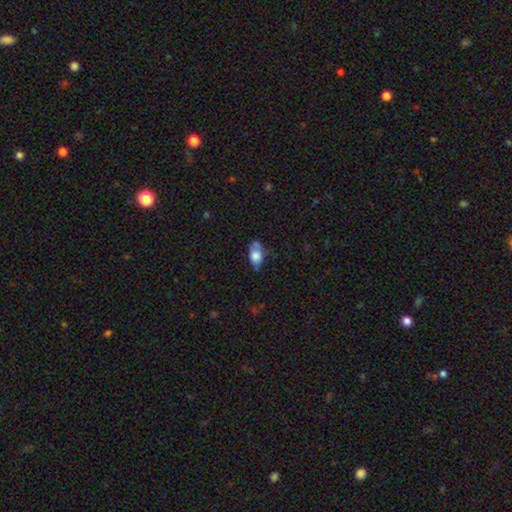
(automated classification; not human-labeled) A smooth galaxy with no disk features (74%) that is in between round and cigar-shaped (91%).

Vote fractions:
- Smooth or featured? smooth: 74% / featured or disk: 19% / star or artifact: 7%
- How rounded? in between: 91% / round: 5% / cigar-shaped: 4%
- Merging? none: 59% / minor disturbance: 31% / major disturbance: 7% / merger: 3%